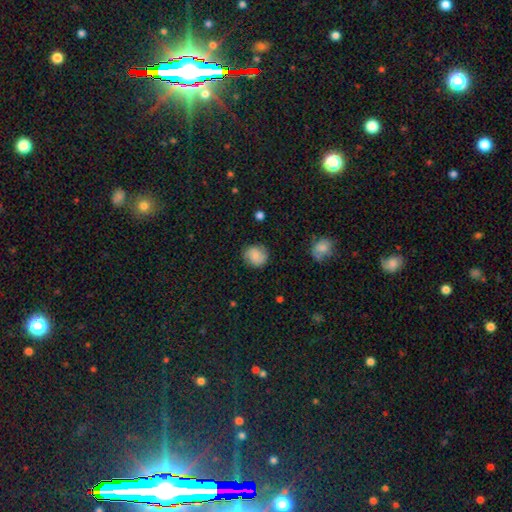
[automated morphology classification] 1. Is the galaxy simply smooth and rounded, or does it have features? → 69% smooth, 23% featured or disk, 9% star or artifact.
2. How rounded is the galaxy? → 82% round, 17% in between, 1% cigar-shaped.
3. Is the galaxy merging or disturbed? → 82% none, 14% minor disturbance, 4% major disturbance, 1% merger.